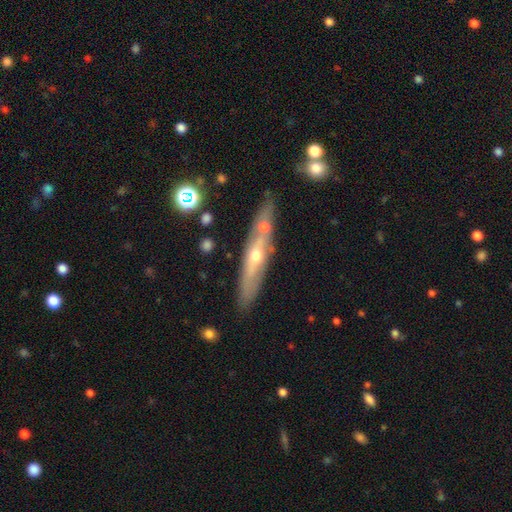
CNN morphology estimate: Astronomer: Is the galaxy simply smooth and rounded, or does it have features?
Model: featured or disk — 65%.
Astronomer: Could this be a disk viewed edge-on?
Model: yes — 73%.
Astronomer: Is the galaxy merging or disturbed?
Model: none — 75%.